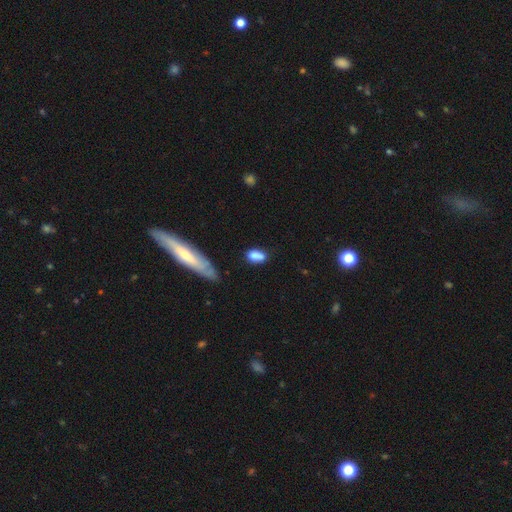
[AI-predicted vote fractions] A smooth galaxy with no disk features (80%) that is in between round and cigar-shaped (83%). Merging: none (55%).